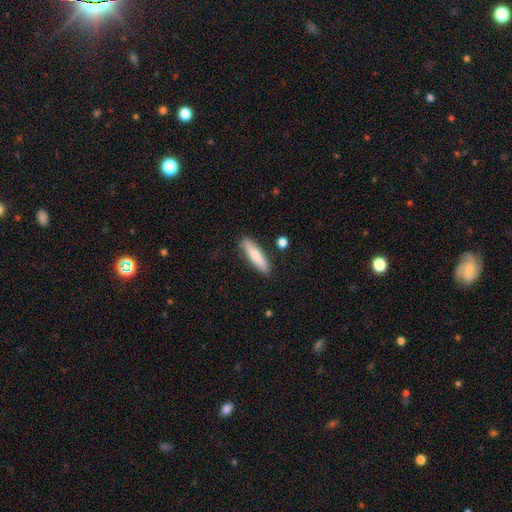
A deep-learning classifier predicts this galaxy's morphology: A smooth galaxy with no disk features (77%) that is cigar-shaped (76%).

Vote fractions:
- Smooth or featured? smooth: 77% / featured or disk: 18% / star or artifact: 5%
- How rounded? cigar-shaped: 76% / in between: 23% / round: 2%
- Merging? none: 87% / minor disturbance: 9% / merger: 2% / major disturbance: 2%